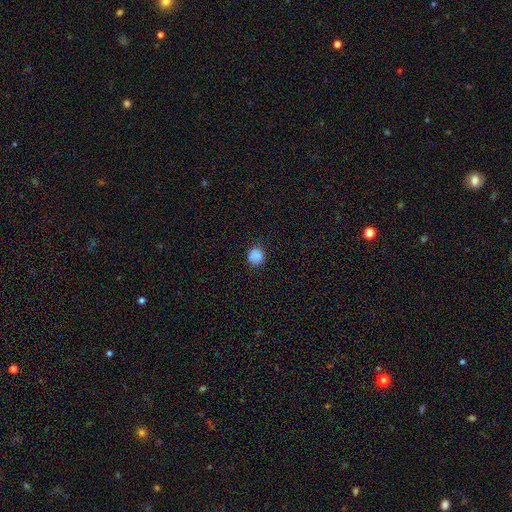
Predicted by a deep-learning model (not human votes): This appears to be a smooth galaxy with no disk features (87%) that is round (89%). Merging: none (87%).